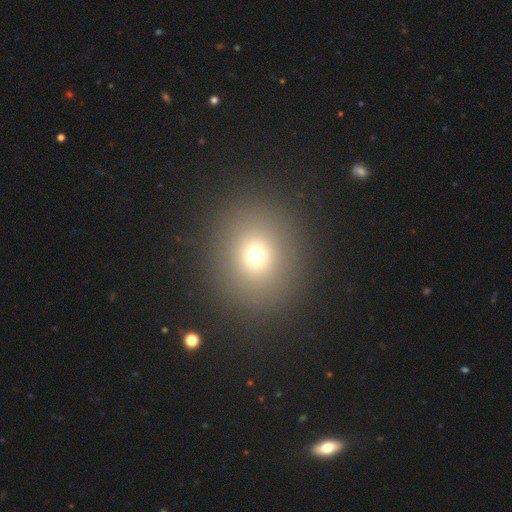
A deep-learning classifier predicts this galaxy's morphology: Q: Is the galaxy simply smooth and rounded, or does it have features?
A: smooth — 70%.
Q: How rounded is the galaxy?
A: round — 79%.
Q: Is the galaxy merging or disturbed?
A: none — 89%.